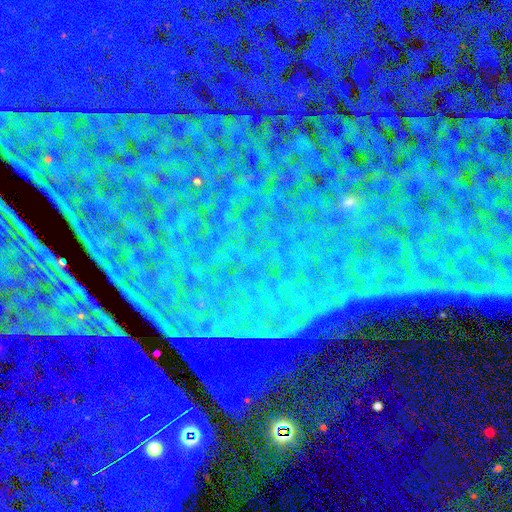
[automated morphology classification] smooth-or-featured: star or artifact: 88% | featured or disk: 6% | smooth: 6%